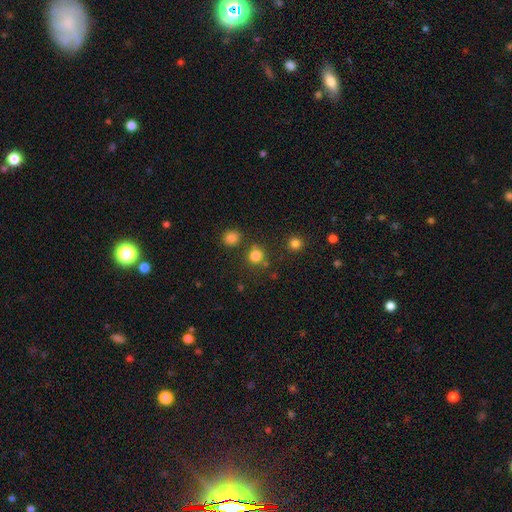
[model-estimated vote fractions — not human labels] This appears to be a smooth galaxy with no disk features (81%) that is round (91%). Merging: none (79%).